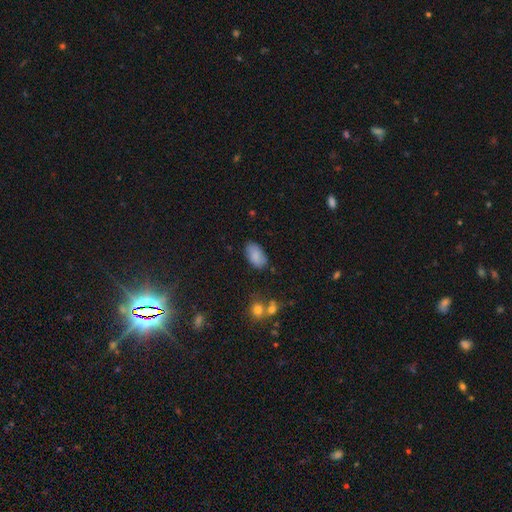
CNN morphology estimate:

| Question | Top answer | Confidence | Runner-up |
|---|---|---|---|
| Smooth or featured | smooth | 83% | featured or disk (9%) |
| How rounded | in between | 94% | round (5%) |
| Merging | none | 78% | minor disturbance (17%) |